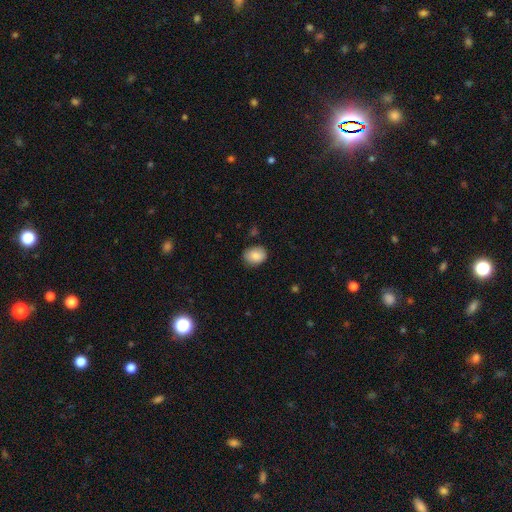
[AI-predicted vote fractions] The model was most divided on "how rounded": round: 50%, in between: 49%, cigar-shaped: 1%. More confident: smooth or featured — smooth (86%); merging — none (80%).